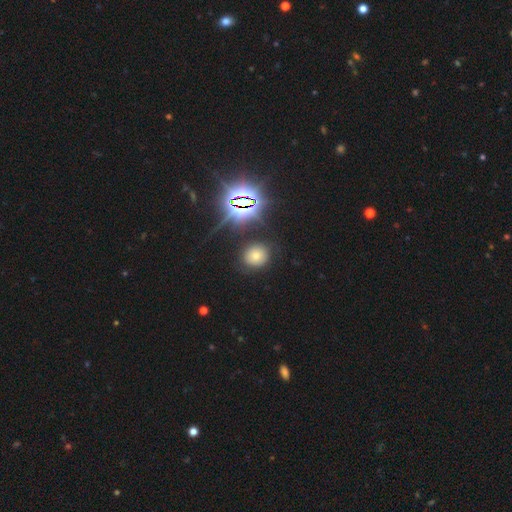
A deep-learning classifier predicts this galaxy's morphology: A smooth galaxy with no disk features (65%) that is round (85%).

Vote fractions:
- Smooth or featured? smooth: 65% / star or artifact: 24% / featured or disk: 11%
- How rounded? round: 85% / in between: 14% / cigar-shaped: 1%
- Merging? none: 85% / minor disturbance: 10% / major disturbance: 3% / merger: 2%